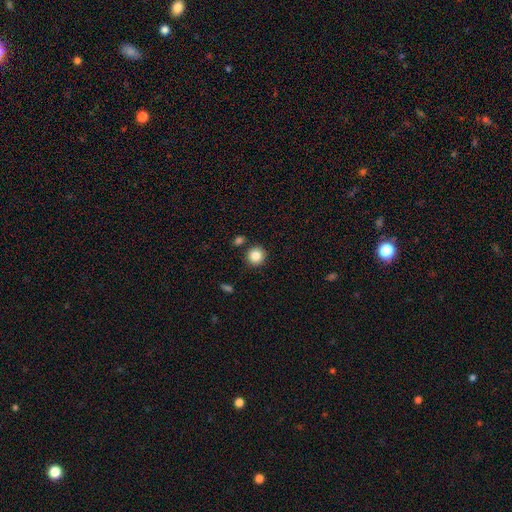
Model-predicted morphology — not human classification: Smooth or featured? smooth (86%)
How rounded? round (92%)
Merging? none (86%)